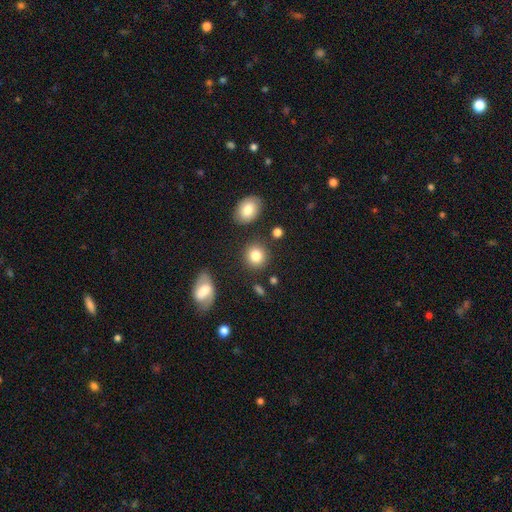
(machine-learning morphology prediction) Smooth or featured? smooth (83%)
How rounded? round (84%)
Merging? none (85%)